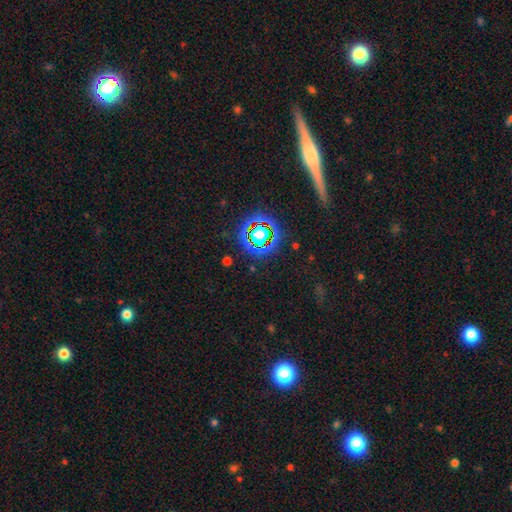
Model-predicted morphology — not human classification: featured or disk 50%, star or artifact 30%, smooth 19%. Down the decision tree: edge-on disk — yes (91%); merging — none (89%).